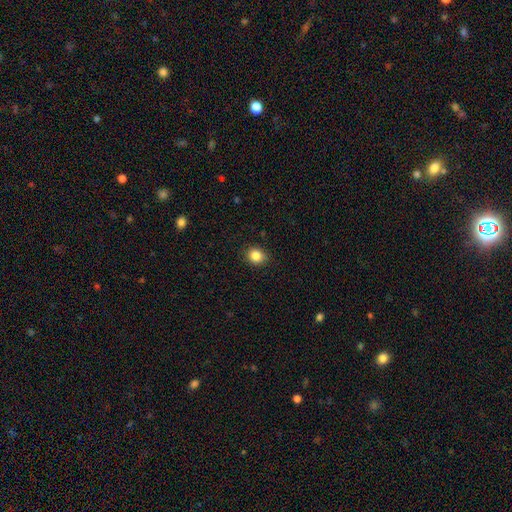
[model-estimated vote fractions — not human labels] The model was most divided on "how rounded": round: 69%, in between: 30%, cigar-shaped: 1%. More confident: merging — none (88%); smooth or featured — smooth (85%).